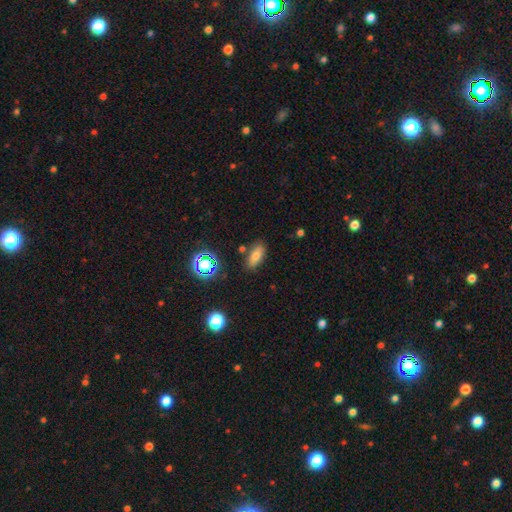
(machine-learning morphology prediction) smooth-or-featured: smooth: 72% | star or artifact: 15% | featured or disk: 13%
  how-rounded: in between: 82% | cigar-shaped: 11% | round: 6%
  merging: none: 82% | minor disturbance: 11% | merger: 4% | major disturbance: 3%